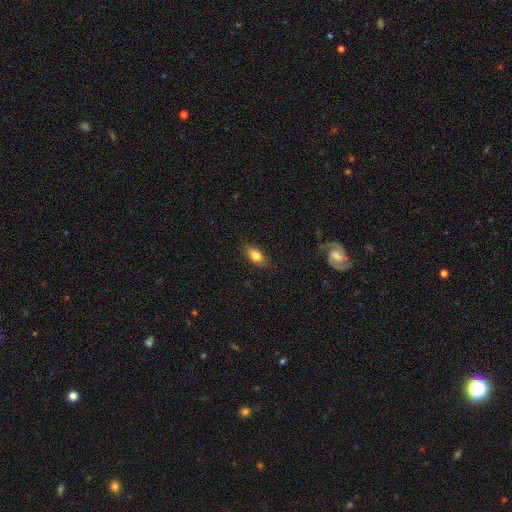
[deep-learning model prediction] This is clearly a smooth galaxy (81%). How rounded: clearly in between (87%). Merging: clearly none (83%).